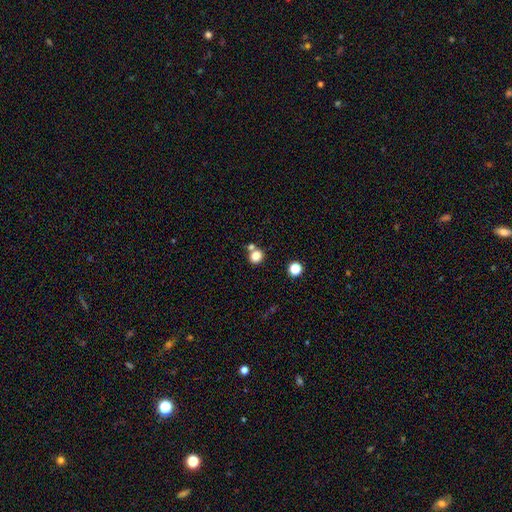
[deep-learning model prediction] smooth 82%, star or artifact 12%, featured or disk 6%. Down the decision tree: how rounded — round (81%); merging — none (66%).